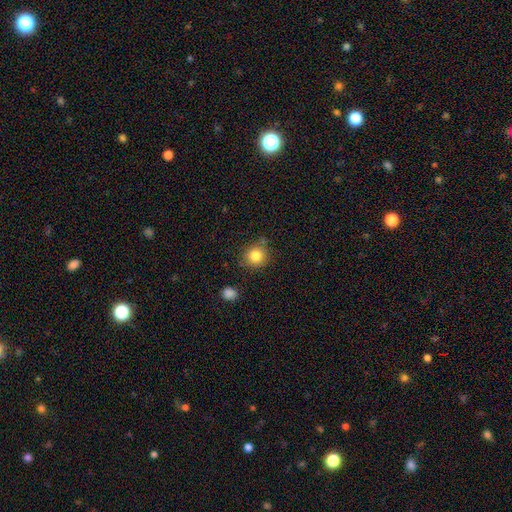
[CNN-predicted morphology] Smooth or featured? smooth (82%)
How rounded? round (89%)
Merging? none (80%)